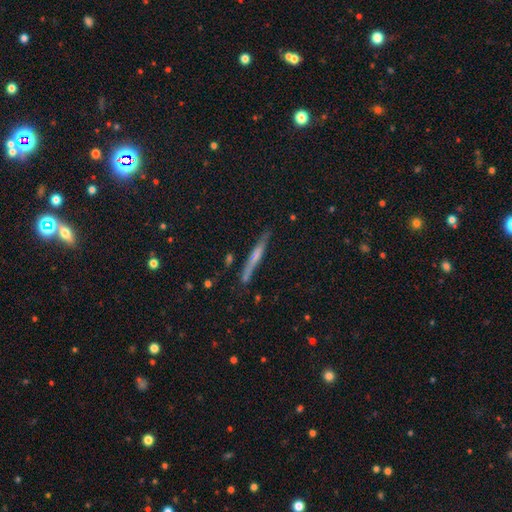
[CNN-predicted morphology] Smooth or featured: featured or disk — 54% (smooth — 39%)
Edge-on disk: yes — 95% (no — 5%)
Edge-on bulge: none — 50% (rounded — 40%)
Merging: none — 83% (minor disturbance — 12%)